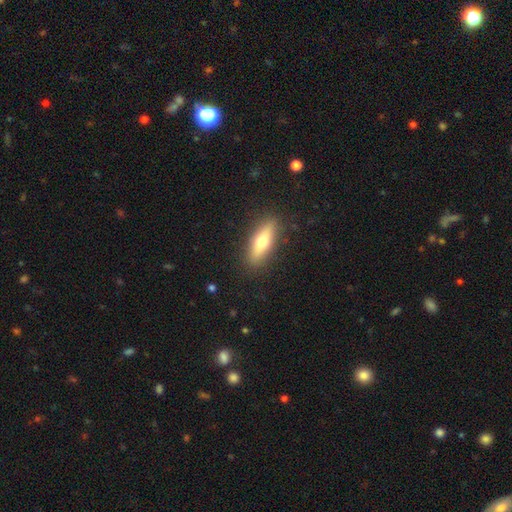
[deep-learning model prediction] A smooth galaxy with no disk features (59%) that is in between round and cigar-shaped (51%). Merging: none (87%).